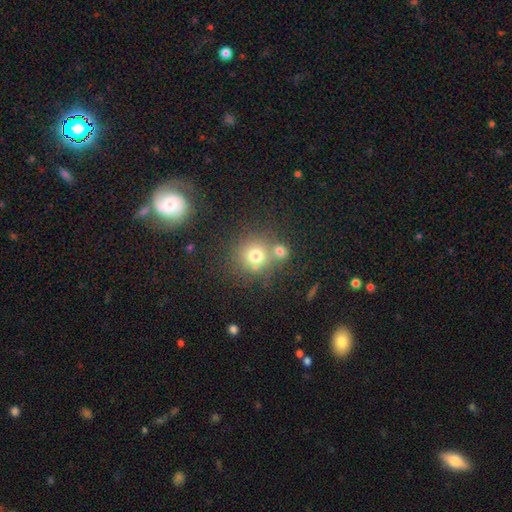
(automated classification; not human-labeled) The model was most divided on "merging": none: 54%, merger: 33%, minor disturbance: 9%, major disturbance: 4%. More confident: how rounded — round (88%); smooth or featured — smooth (73%).